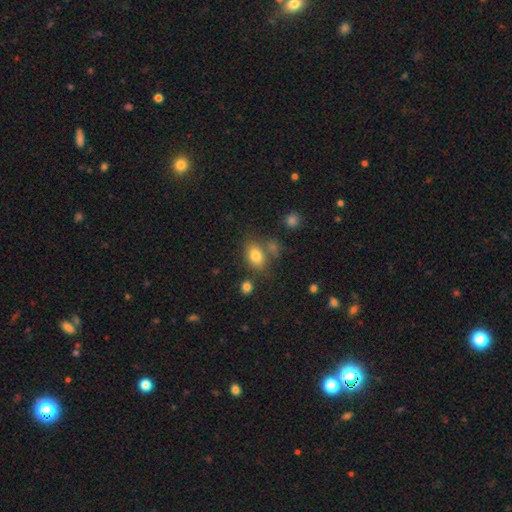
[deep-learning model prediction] This appears to be a smooth galaxy with no disk features (80%) that is in between round and cigar-shaped (79%). Merging: none (64%).